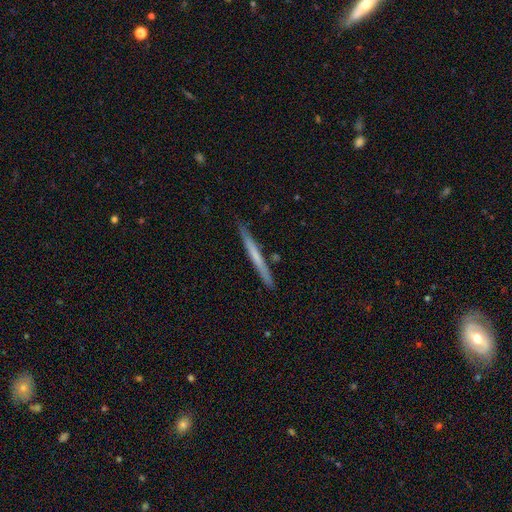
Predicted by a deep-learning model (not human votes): smooth 52%, featured or disk 43%, star or artifact 5%. Down the decision tree: how rounded — cigar-shaped (97%); merging — none (88%).